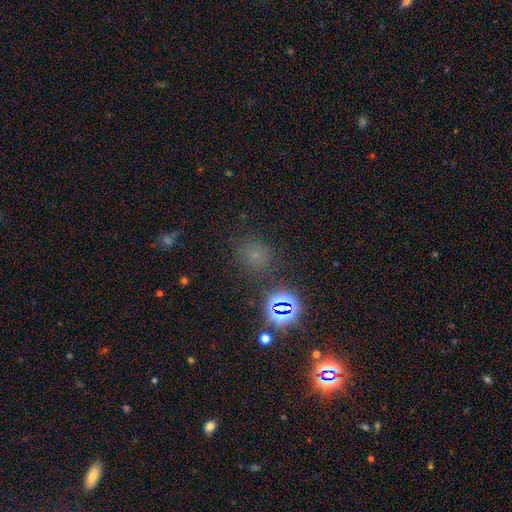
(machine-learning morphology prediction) The model was most divided on "smooth or featured": smooth: 52%, star or artifact: 40%, featured or disk: 8%. More confident: how rounded — round (88%); merging — none (83%).